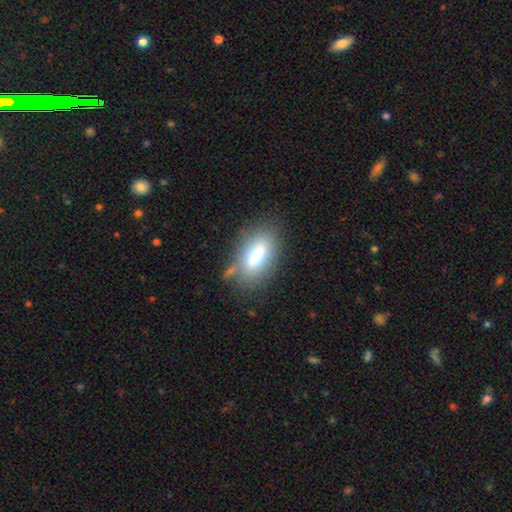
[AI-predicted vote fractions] Smooth or featured: smooth — 71% (featured or disk — 20%)
How rounded: in between — 83% (cigar-shaped — 13%)
Merging: none — 73% (minor disturbance — 17%)